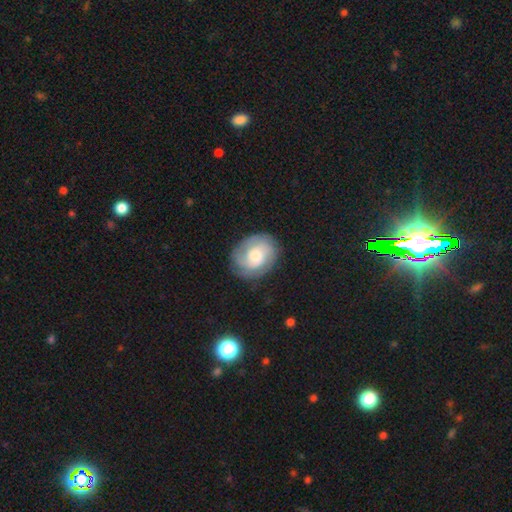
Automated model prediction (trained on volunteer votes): Smooth or featured: featured or disk — 71% (smooth — 23%)
Edge-on disk: no — 98% (yes — 2%)
Bar: no — 62% (weak — 32%)
Spiral arms: yes — 93% (no — 7%)
Spiral winding: tight — 57% (medium — 33%)
Spiral arm count: 2 — 43% (can't tell — 24%)
Bulge size: moderate — 56% (small — 25%)
Merging: none — 79% (minor disturbance — 15%)